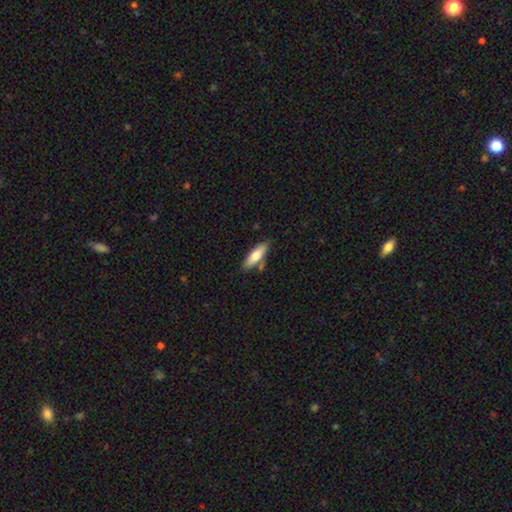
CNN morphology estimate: This is likely a smooth galaxy (70%). How rounded: possibly in between (52%). Merging: likely none (75%).